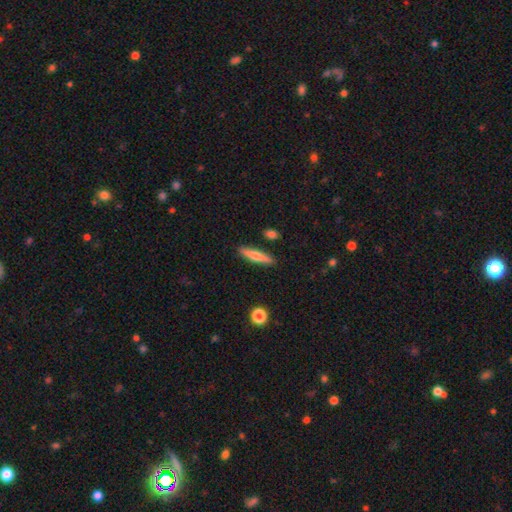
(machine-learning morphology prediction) Smooth or featured? smooth (65%)
How rounded? cigar-shaped (84%)
Merging? none (87%)